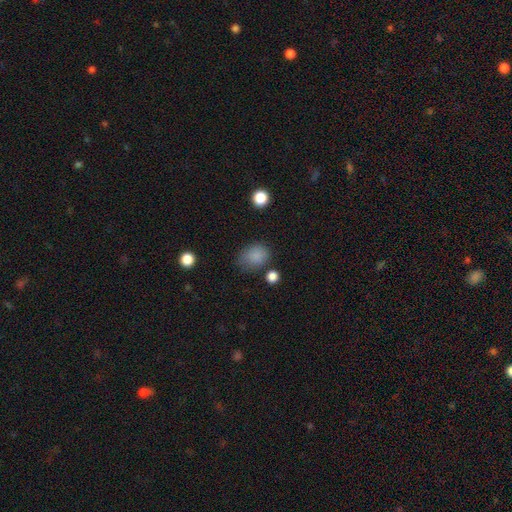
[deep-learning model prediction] A smooth galaxy with no disk features (85%) that is in between round and cigar-shaped (61%).

Vote fractions:
- Smooth or featured? smooth: 85% / star or artifact: 10% / featured or disk: 5%
- How rounded? in between: 61% / round: 38% / cigar-shaped: 1%
- Merging? none: 66% / minor disturbance: 23% / major disturbance: 7% / merger: 4%